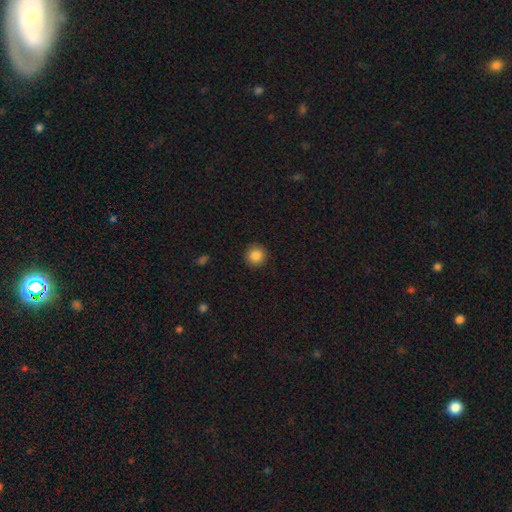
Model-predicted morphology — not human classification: smooth-or-featured: smooth: 86% | star or artifact: 10% | featured or disk: 4%
  how-rounded: round: 94% | in between: 5% | cigar-shaped: 1%
  merging: none: 92% | minor disturbance: 5% | major disturbance: 2% | merger: 1%